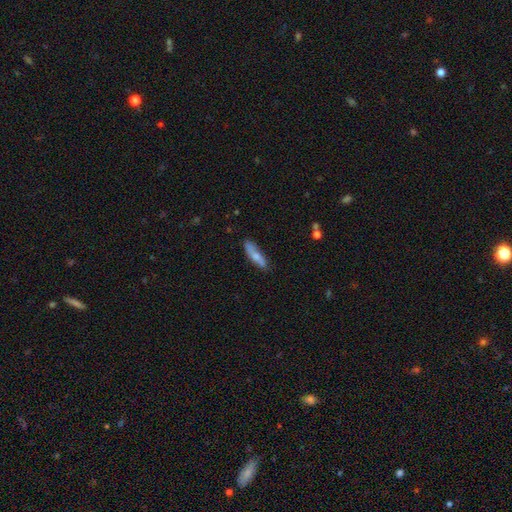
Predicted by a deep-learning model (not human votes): Smooth or featured: smooth — 69% (featured or disk — 25%)
How rounded: cigar-shaped — 74% (in between — 24%)
Merging: none — 78% (minor disturbance — 17%)